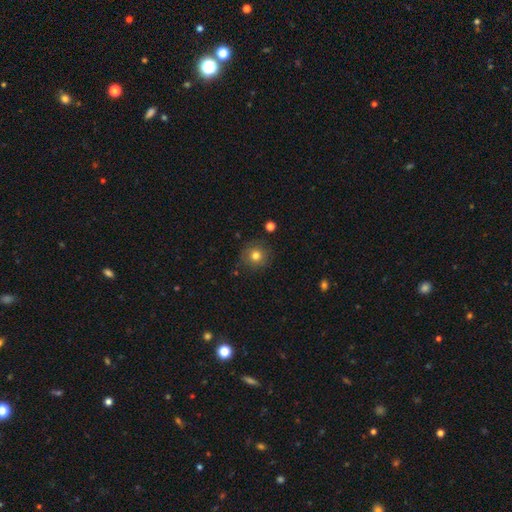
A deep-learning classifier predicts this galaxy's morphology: A smooth galaxy with no disk features (78%) that is round (92%).

Vote fractions:
- Smooth or featured? smooth: 78% / star or artifact: 12% / featured or disk: 10%
- How rounded? round: 92% / in between: 7% / cigar-shaped: 1%
- Merging? none: 85% / minor disturbance: 10% / major disturbance: 3% / merger: 2%